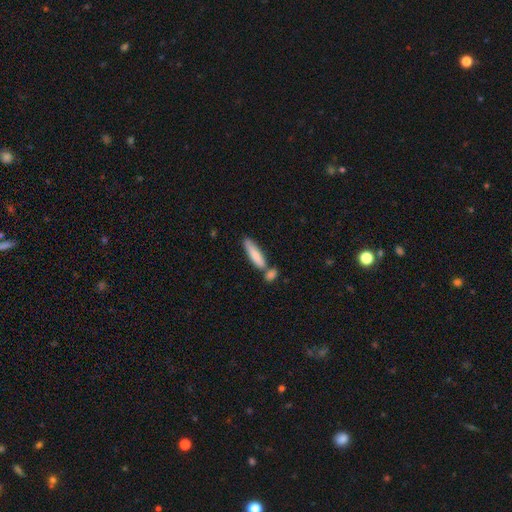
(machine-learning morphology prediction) This is clearly a smooth galaxy (81%). How rounded: likely cigar-shaped (72%). Merging: possibly none (50%).